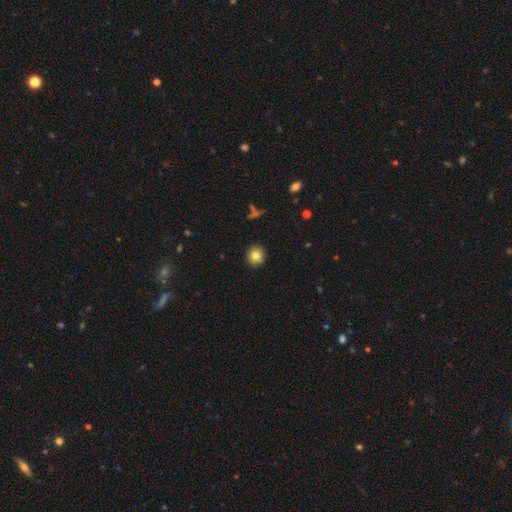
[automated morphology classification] A smooth galaxy with no disk features (81%) that is round (92%).

Vote fractions:
- Smooth or featured? smooth: 81% / star or artifact: 10% / featured or disk: 8%
- How rounded? round: 92% / in between: 7% / cigar-shaped: 1%
- Merging? none: 92% / minor disturbance: 5% / major disturbance: 2% / merger: 1%